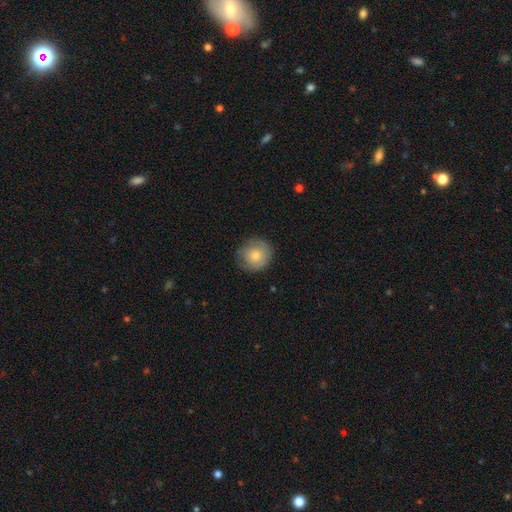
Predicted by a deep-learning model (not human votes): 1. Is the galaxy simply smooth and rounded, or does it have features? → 76% smooth, 17% featured or disk, 7% star or artifact.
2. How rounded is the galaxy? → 90% round, 9% in between, 1% cigar-shaped.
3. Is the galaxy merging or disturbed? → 81% none, 15% minor disturbance, 3% major disturbance, 1% merger.